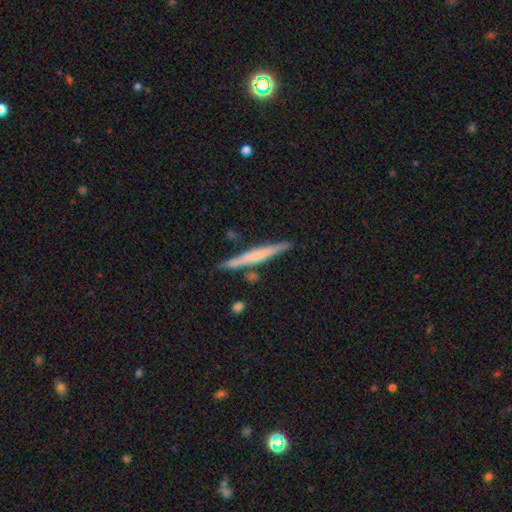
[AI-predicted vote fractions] Smooth or featured: featured or disk — 54% (smooth — 40%)
Edge-on disk: yes — 97% (no — 3%)
Edge-on bulge: none — 48% (rounded — 39%)
Merging: none — 83% (minor disturbance — 10%)